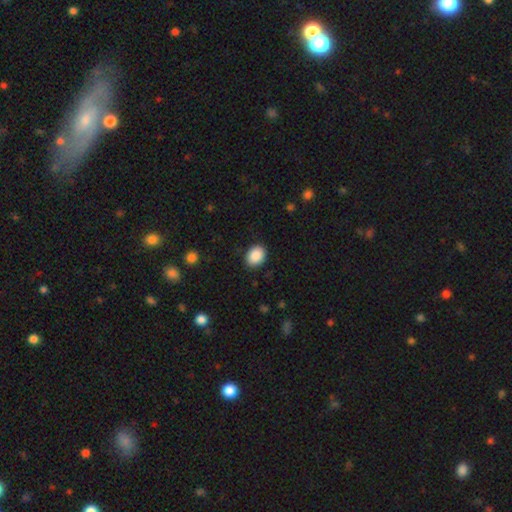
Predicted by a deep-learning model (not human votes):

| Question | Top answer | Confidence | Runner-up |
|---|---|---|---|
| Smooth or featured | smooth | 89% | star or artifact (8%) |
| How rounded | in between | 61% | round (38%) |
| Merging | none | 89% | minor disturbance (8%) |